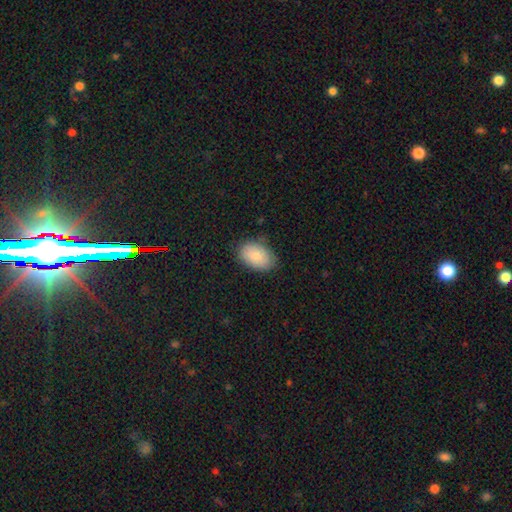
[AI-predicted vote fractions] This is clearly a smooth galaxy (87%). How rounded: clearly in between (90%). Merging: likely none (79%).